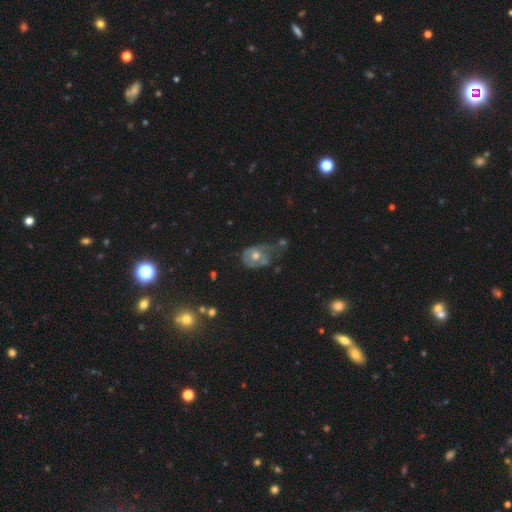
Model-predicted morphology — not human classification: Smooth or featured? Predicted: featured or disk (p=0.53). Edge-on disk? Predicted: no (p=0.96). Bar? Predicted: no (p=0.83). Spiral arms? Predicted: no (p=0.52). Bulge size? Predicted: moderate (p=0.70). Merging? Predicted: major disturbance (p=0.34).